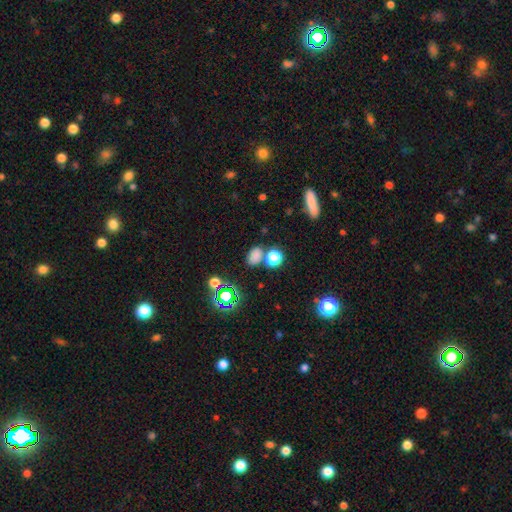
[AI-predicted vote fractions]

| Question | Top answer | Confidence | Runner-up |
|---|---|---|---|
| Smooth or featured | smooth | 73% | star or artifact (21%) |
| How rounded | in between | 70% | round (28%) |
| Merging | none | 69% | merger (16%) |